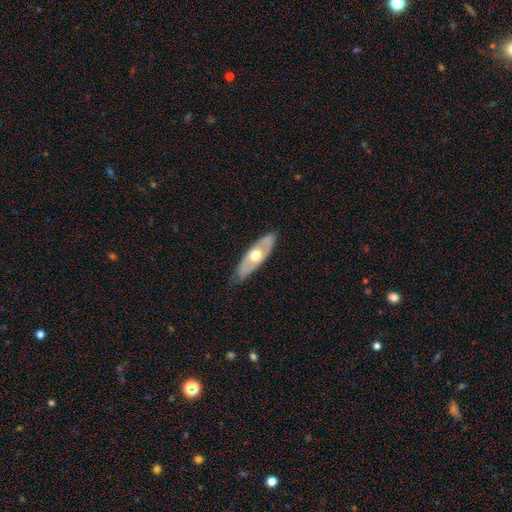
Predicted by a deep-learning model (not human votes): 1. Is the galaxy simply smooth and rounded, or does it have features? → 58% featured or disk, 38% smooth, 4% star or artifact.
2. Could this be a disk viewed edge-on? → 66% no, 34% yes.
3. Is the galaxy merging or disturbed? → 78% none, 17% minor disturbance, 4% major disturbance, 1% merger.